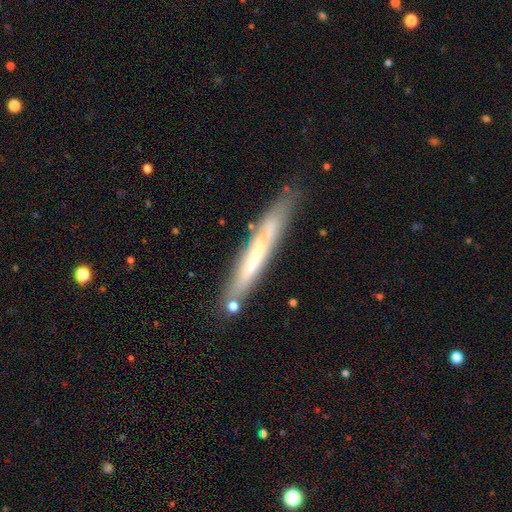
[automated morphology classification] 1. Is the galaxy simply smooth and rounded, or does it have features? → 47% featured or disk, 45% smooth, 7% star or artifact.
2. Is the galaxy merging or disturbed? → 75% none, 16% minor disturbance, 5% merger, 4% major disturbance.